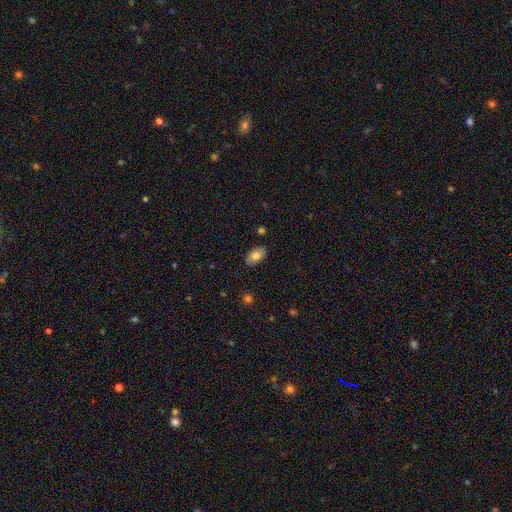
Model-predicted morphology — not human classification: A smooth galaxy with no disk features (78%) that is in between round and cigar-shaped (93%).

Vote fractions:
- Smooth or featured? smooth: 78% / featured or disk: 14% / star or artifact: 8%
- How rounded? in between: 93% / round: 5% / cigar-shaped: 2%
- Merging? none: 85% / minor disturbance: 11% / major disturbance: 2% / merger: 1%